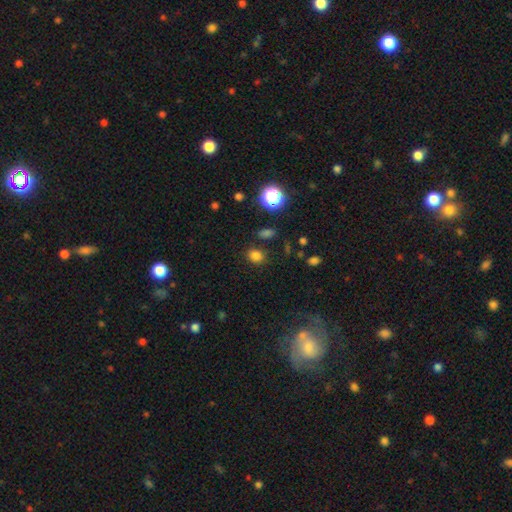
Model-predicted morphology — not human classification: Q: Smooth or featured?
A: smooth (78%); runner-up: star or artifact (18%)
Q: How rounded?
A: round (65%); runner-up: in between (33%)
Q: Merging?
A: none (82%); runner-up: minor disturbance (10%)